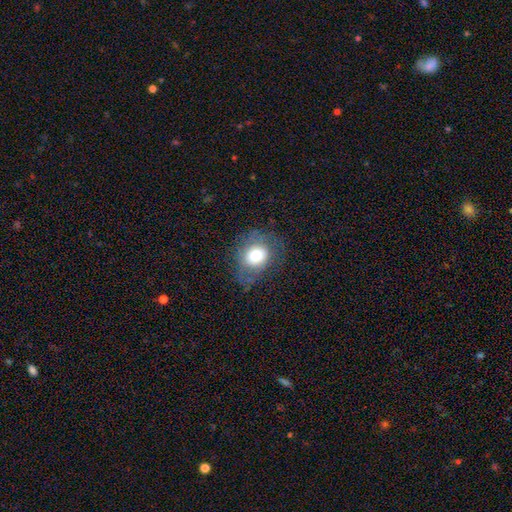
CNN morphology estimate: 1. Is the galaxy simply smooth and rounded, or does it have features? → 69% smooth, 21% featured or disk, 10% star or artifact.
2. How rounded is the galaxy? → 53% round, 46% in between, 1% cigar-shaped.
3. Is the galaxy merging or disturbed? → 63% none, 22% minor disturbance, 14% major disturbance, 1% merger.